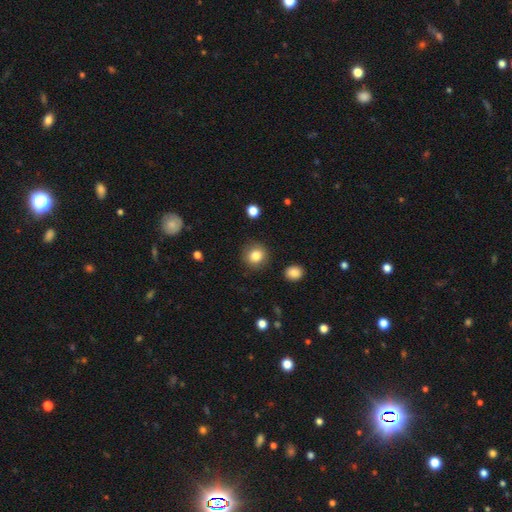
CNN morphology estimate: Smooth or featured: smooth — 83% (star or artifact — 10%)
How rounded: round — 89% (in between — 10%)
Merging: none — 87% (minor disturbance — 9%)